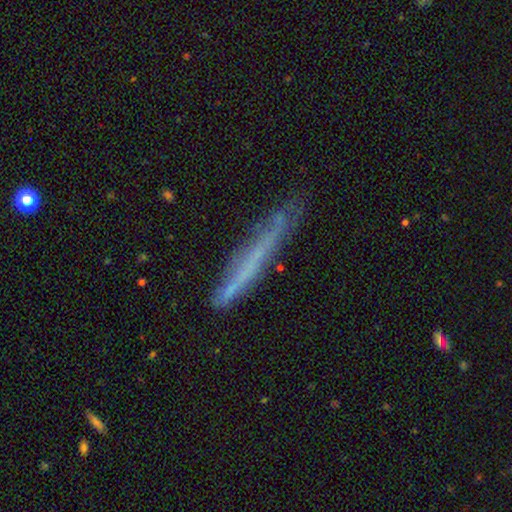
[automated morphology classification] smooth 49%, featured or disk 42%, star or artifact 9%. Down the decision tree: merging — none (74%).